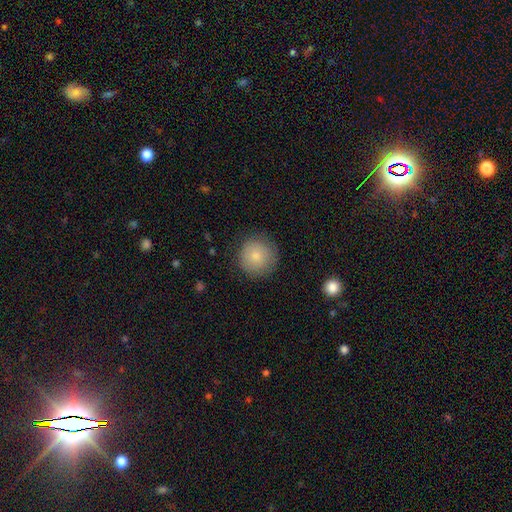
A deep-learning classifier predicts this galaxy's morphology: Smooth or featured?
  - smooth: 82% *
  - featured or disk: 9%
  - star or artifact: 8%
How rounded?
  - round: 94% *
  - in between: 5%
  - cigar-shaped: 1%
Merging?
  - none: 85% *
  - minor disturbance: 11%
  - major disturbance: 3%
  - merger: 1%